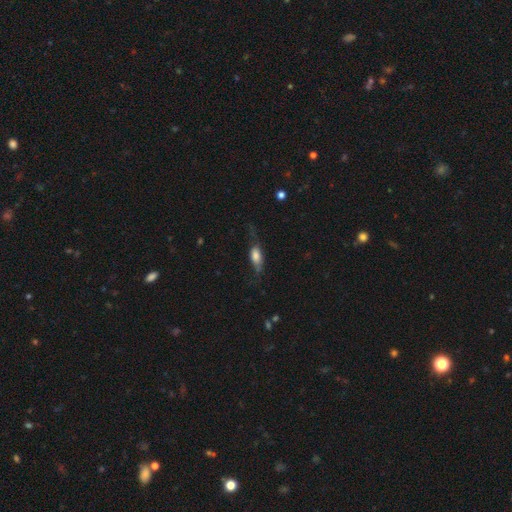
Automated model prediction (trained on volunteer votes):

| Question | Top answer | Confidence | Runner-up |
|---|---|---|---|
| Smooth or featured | smooth | 63% | featured or disk (29%) |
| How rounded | in between | 77% | cigar-shaped (18%) |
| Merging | none | 45% | minor disturbance (28%) |